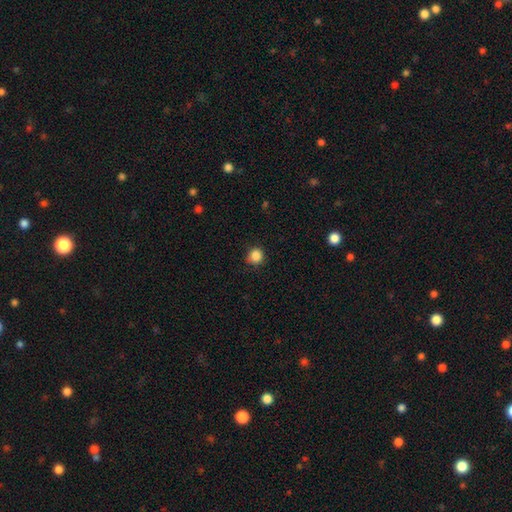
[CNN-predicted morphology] smooth_or_featured: smooth (p=0.86) [alt: star or artifact p=0.11]
how_rounded: round (p=0.90) [alt: in between p=0.09]
merging: none (p=0.83) [alt: minor disturbance p=0.13]